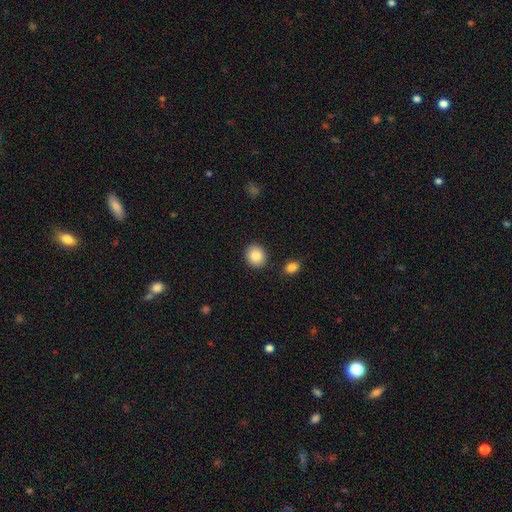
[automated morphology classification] Smooth or featured: smooth — 87% (star or artifact — 8%)
How rounded: round — 78% (in between — 21%)
Merging: none — 89% (minor disturbance — 6%)